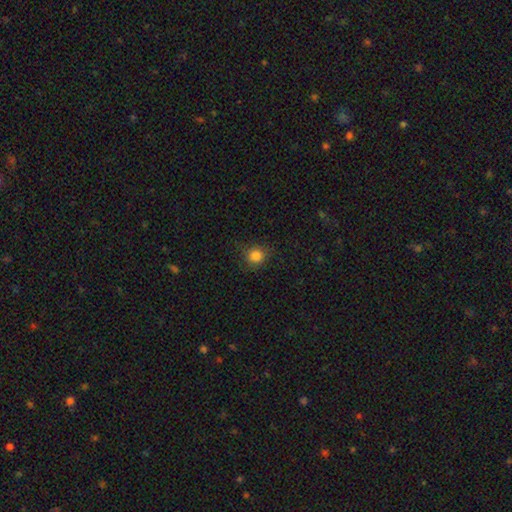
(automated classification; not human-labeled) Overall: smooth (83%). How rounded: round (88%). Merging: none (82%).